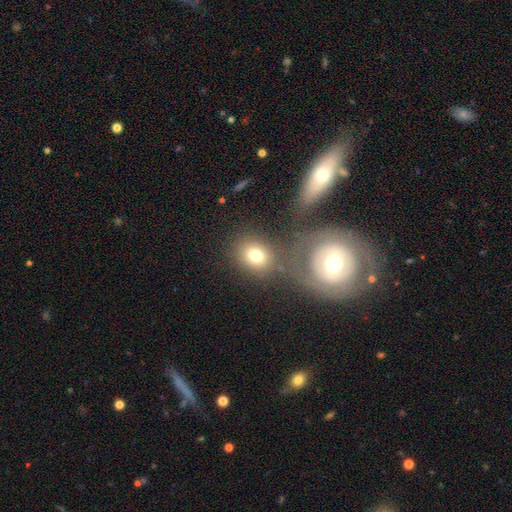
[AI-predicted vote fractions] A smooth galaxy with no disk features (76%) that is round (59%).

Vote fractions:
- Smooth or featured? smooth: 76% / featured or disk: 14% / star or artifact: 11%
- How rounded? round: 59% / in between: 40% / cigar-shaped: 1%
- Merging? none: 66% / merger: 15% / minor disturbance: 12% / major disturbance: 6%